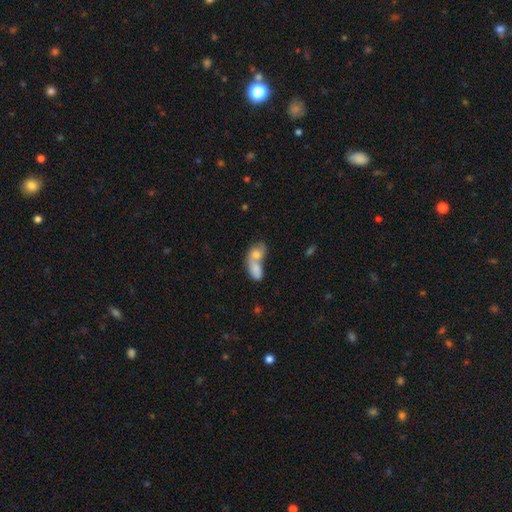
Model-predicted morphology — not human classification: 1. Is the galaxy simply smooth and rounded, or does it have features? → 57% smooth, 24% featured or disk, 19% star or artifact.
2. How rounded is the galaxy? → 68% in between, 24% round, 9% cigar-shaped.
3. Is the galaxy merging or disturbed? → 56% merger, 29% none, 8% minor disturbance, 6% major disturbance.